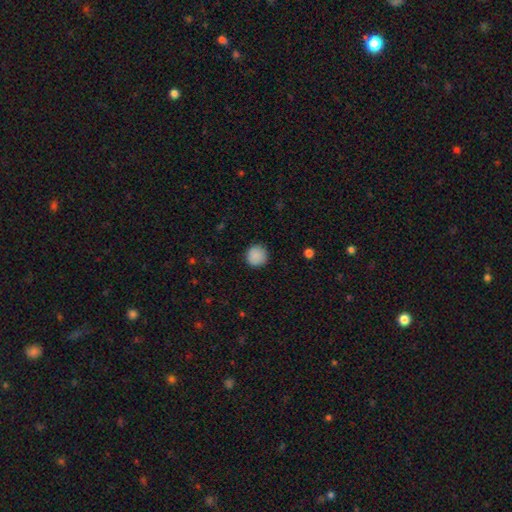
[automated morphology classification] This is clearly a smooth galaxy (89%). How rounded: clearly round (94%). Merging: clearly none (90%).